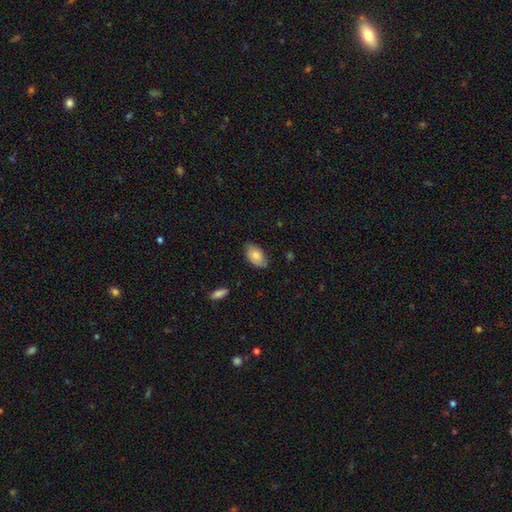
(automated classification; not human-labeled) Q: Smooth or featured?
A: smooth (75%); runner-up: featured or disk (19%)
Q: How rounded?
A: in between (93%); runner-up: round (5%)
Q: Merging?
A: none (73%); runner-up: minor disturbance (22%)